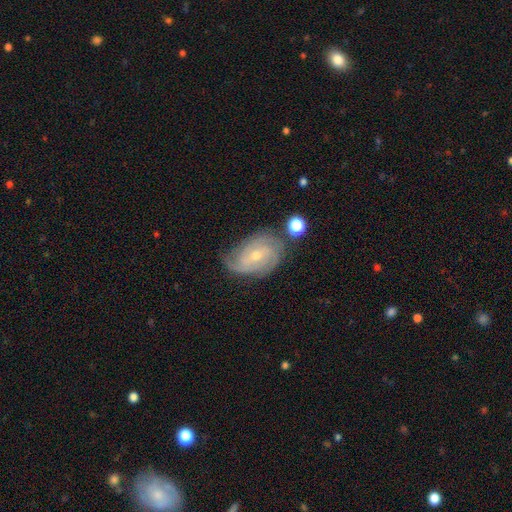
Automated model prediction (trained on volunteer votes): Q: Smooth or featured?
A: featured or disk (81%); runner-up: smooth (12%)
Q: Edge-on disk?
A: no (96%); runner-up: yes (4%)
Q: Bar?
A: no (53%); runner-up: weak (40%)
Q: Spiral arms?
A: yes (95%); runner-up: no (5%)
Q: Spiral winding?
A: tight (61%); runner-up: medium (31%)
Q: Spiral arm count?
A: can't tell (29%); tied with: 3 (29%)
Q: Bulge size?
A: small (58%); runner-up: moderate (39%)
Q: Merging?
A: none (63%); runner-up: minor disturbance (24%)